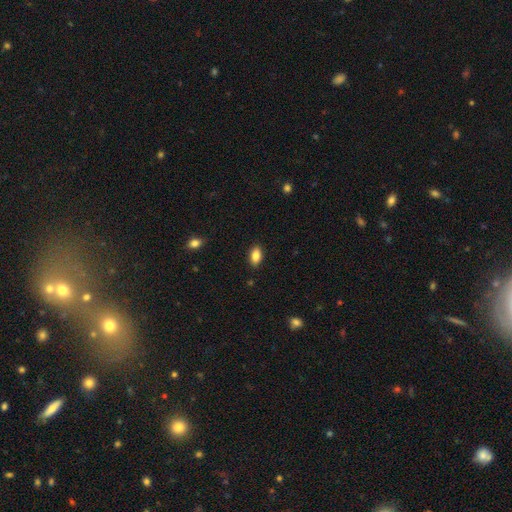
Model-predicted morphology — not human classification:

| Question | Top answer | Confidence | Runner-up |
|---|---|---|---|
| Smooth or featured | smooth | 86% | star or artifact (8%) |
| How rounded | in between | 90% | round (6%) |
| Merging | none | 87% | minor disturbance (10%) |